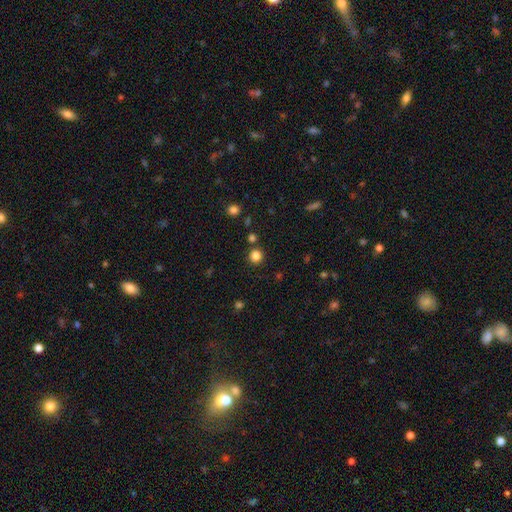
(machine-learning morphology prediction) Smooth or featured? smooth (83%)
How rounded? round (93%)
Merging? none (87%)